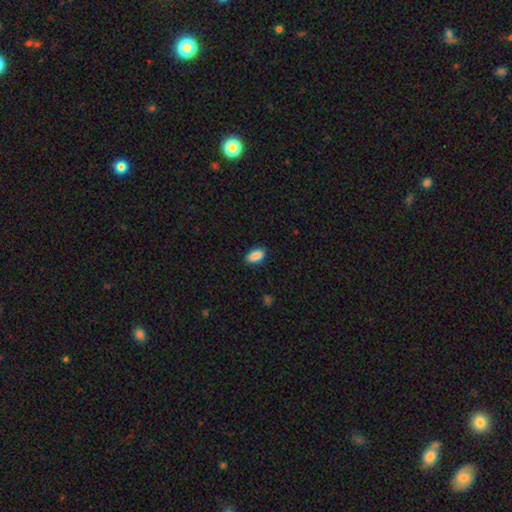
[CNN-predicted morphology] Smooth or featured? Predicted: smooth (p=0.89). How rounded? Predicted: in between (p=0.91). Merging? Predicted: none (p=0.84).